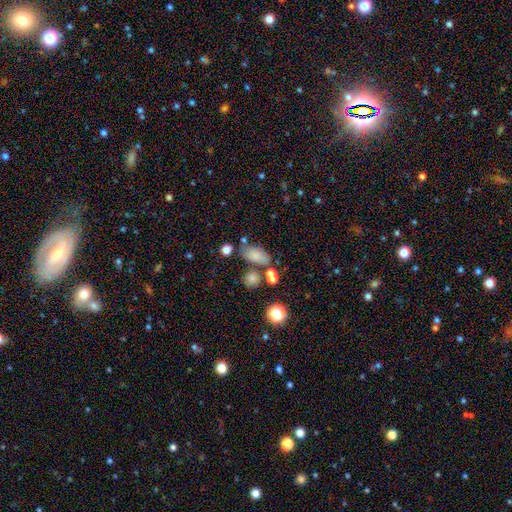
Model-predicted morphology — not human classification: smooth-or-featured: smooth: 78% | star or artifact: 11% | featured or disk: 11%
  how-rounded: in between: 88% | round: 8% | cigar-shaped: 4%
  merging: none: 58% | merger: 18% | minor disturbance: 17% | major disturbance: 7%